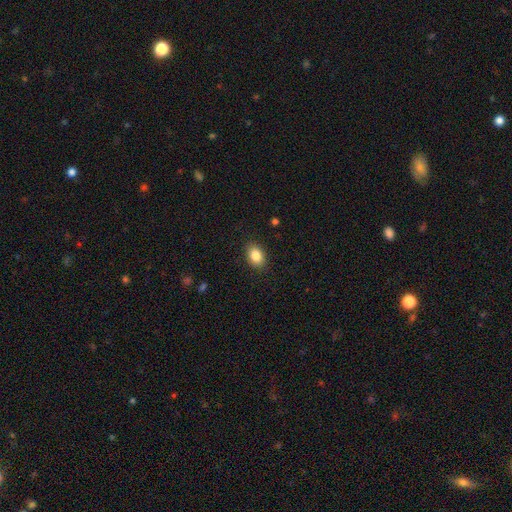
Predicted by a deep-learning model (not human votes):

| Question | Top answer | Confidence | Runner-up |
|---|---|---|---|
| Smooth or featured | smooth | 85% | star or artifact (8%) |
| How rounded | in between | 80% | round (19%) |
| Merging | none | 88% | minor disturbance (9%) |